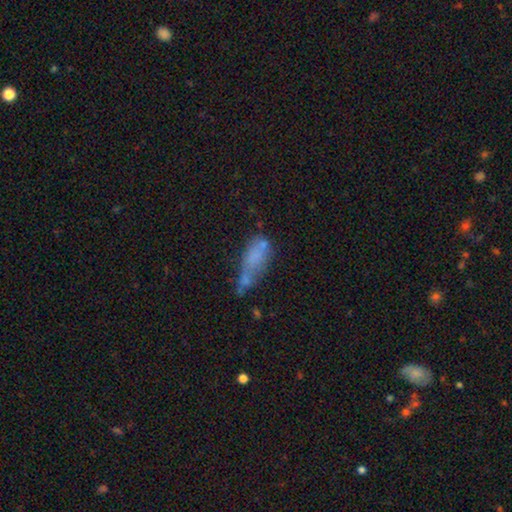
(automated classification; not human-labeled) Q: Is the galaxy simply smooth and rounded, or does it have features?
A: smooth — 59%.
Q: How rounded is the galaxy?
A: in between — 69%.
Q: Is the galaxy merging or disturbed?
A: none — 29%.